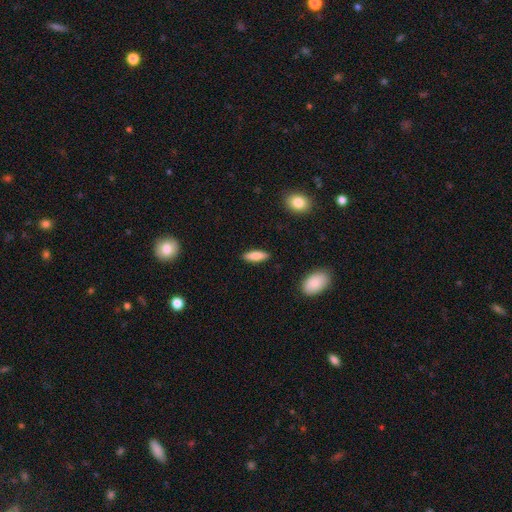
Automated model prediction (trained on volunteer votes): smooth 84%, featured or disk 10%, star or artifact 6%. Down the decision tree: how rounded — in between (52%); merging — none (89%).